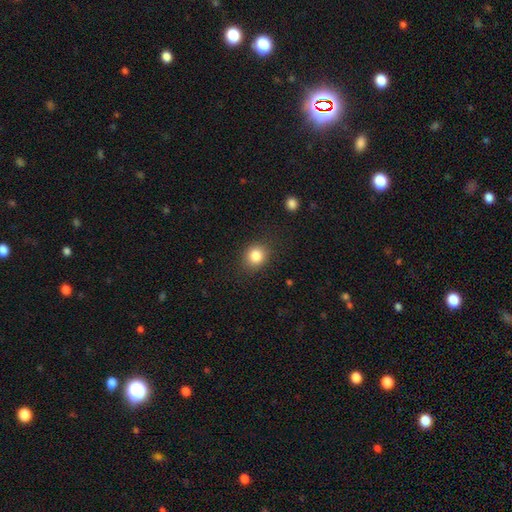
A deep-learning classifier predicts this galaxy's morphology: This appears to be a smooth galaxy with no disk features (84%) that is round (70%). Merging: none (84%).